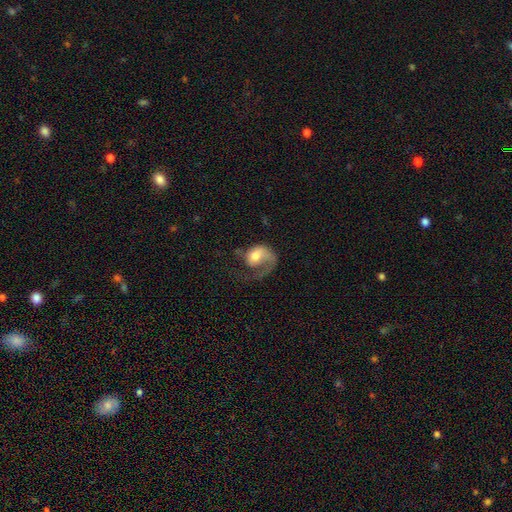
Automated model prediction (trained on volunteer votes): A featured or disk galaxy (62%) with no bar (71%), 1 (86%) loose (50%) spiral arms (85%) and a moderate central bulge (58%). Merging: major disturbance (51%).